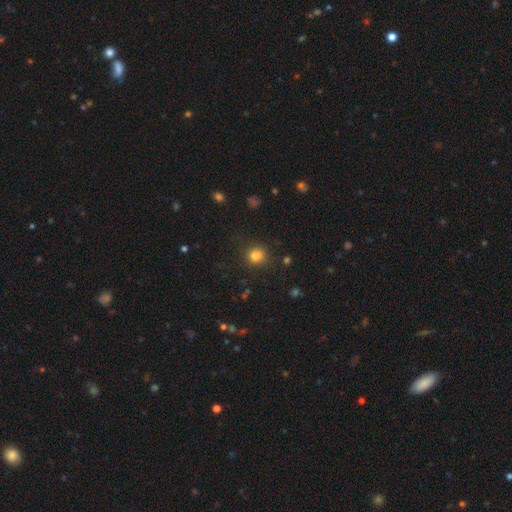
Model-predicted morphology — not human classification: Smooth or featured? smooth (82%)
How rounded? round (80%)
Merging? none (86%)